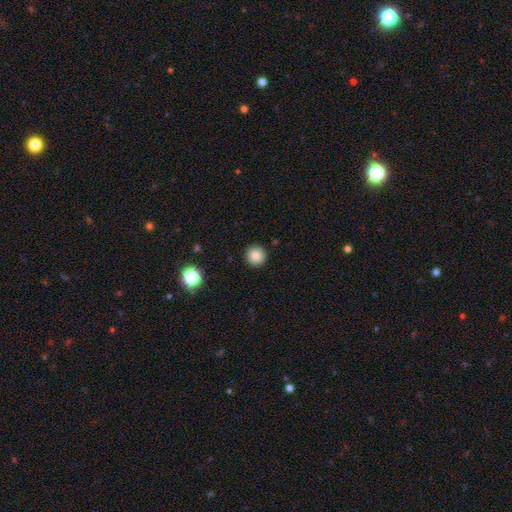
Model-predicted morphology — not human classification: Smooth or featured: smooth — 84% (star or artifact — 10%)
How rounded: round — 95% (in between — 4%)
Merging: none — 92% (minor disturbance — 5%)